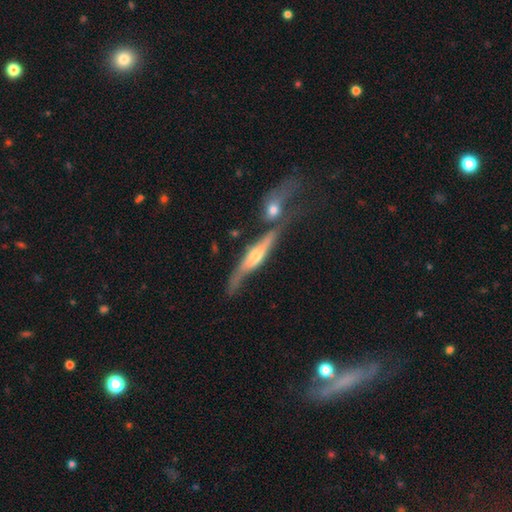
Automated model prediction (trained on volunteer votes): smooth_or_featured: featured or disk (p=0.76) [alt: smooth p=0.17]
disk_edge_on: yes (p=0.86) [alt: no p=0.14]
edge_on_bulge: rounded (p=0.80) [alt: boxy p=0.11]
merging: none (p=0.47) [alt: merger p=0.28]